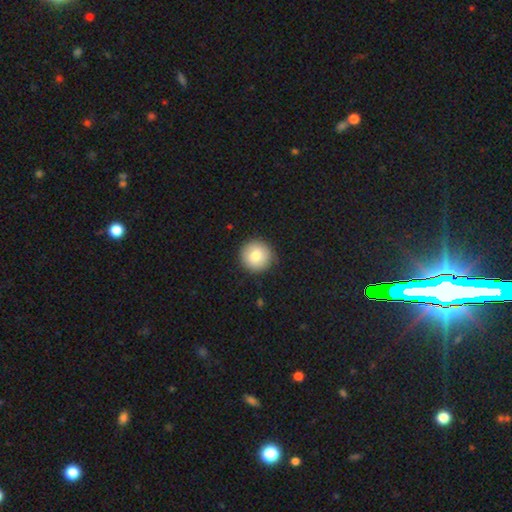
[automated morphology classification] This is likely a smooth galaxy (80%). How rounded: clearly round (95%). Merging: clearly none (88%).